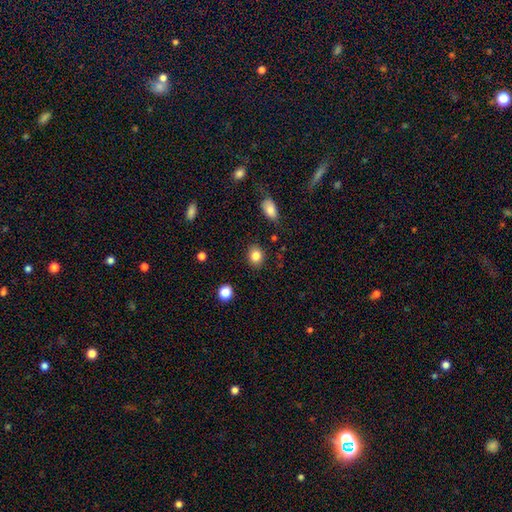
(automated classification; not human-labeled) This appears to be a smooth galaxy with no disk features (84%) that is round (61%). Merging: none (87%).